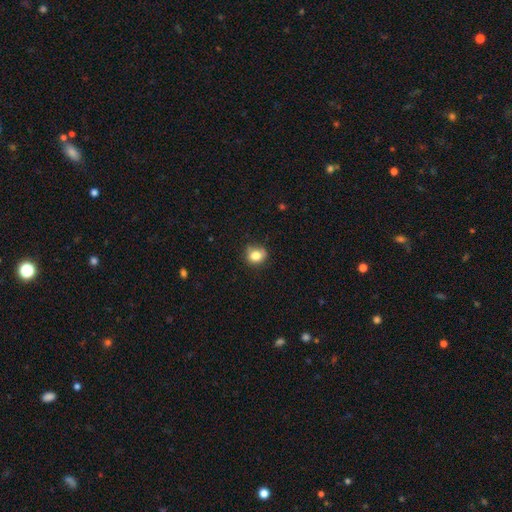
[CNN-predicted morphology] A smooth galaxy with no disk features (81%) that is round (72%). Merging: none (68%).